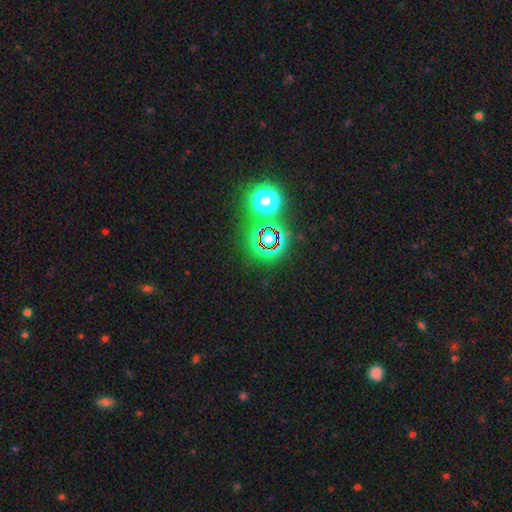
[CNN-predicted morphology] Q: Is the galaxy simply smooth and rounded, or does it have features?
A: star or artifact — 70%.